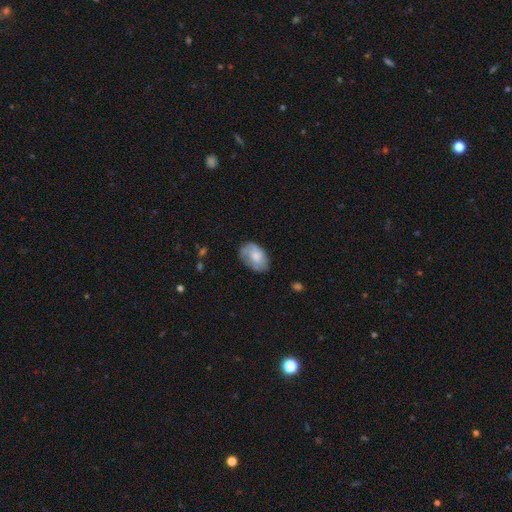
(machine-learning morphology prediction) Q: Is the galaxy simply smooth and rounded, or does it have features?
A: smooth — 68%.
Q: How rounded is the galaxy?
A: in between — 88%.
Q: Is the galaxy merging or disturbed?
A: none — 67%.